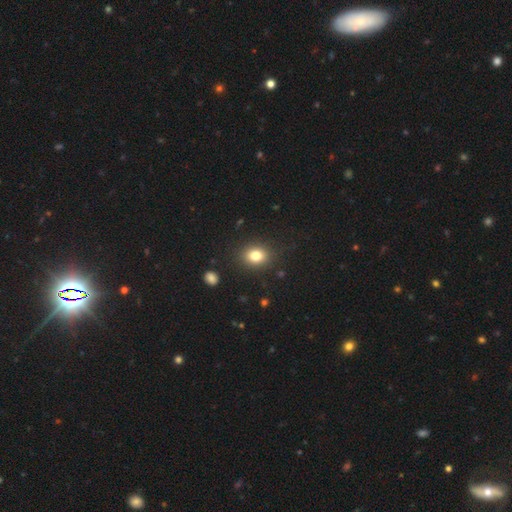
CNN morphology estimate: Smooth or featured? smooth (81%)
How rounded? round (50%)
Merging? none (87%)